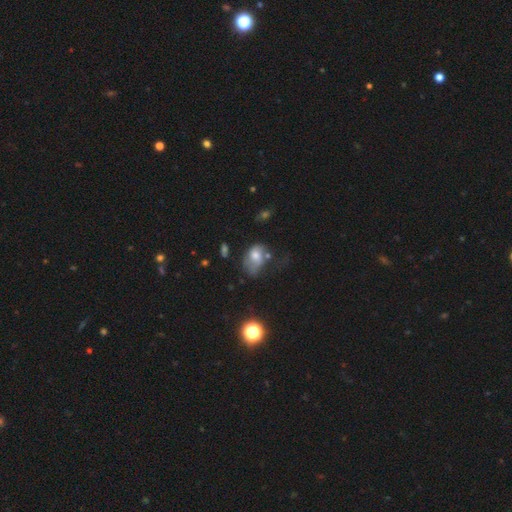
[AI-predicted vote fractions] This is likely a smooth galaxy (61%). How rounded: likely in between (78%). Merging: marginally minor disturbance (32%).